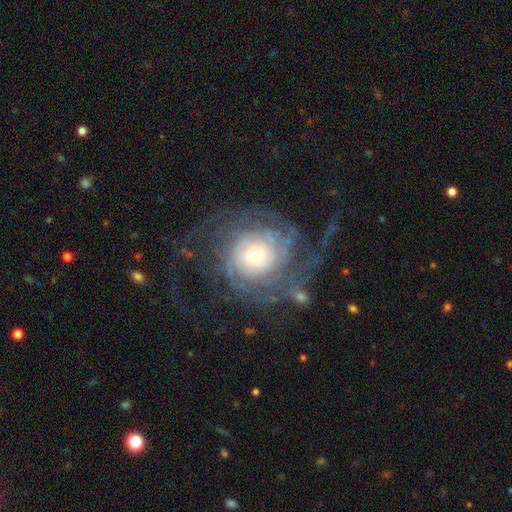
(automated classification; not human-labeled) smooth-or-featured: featured or disk: 84% | smooth: 9% | star or artifact: 7%
  disk-edge-on: no: 97% | yes: 3%
    bar: no: 74% | weak: 19% | strong: 7%
    has-spiral-arms: yes: 93% | no: 7%
      spiral-winding: tight: 63% | medium: 24% | loose: 13%
      spiral-arm-count: can't tell: 36% | 2: 18% | 4: 14% | 3: 13% | more than 4: 12% | 1: 8%
    bulge-size: small: 55% | moderate: 35% | large: 7% | dominant: 2% | none: 1%
  merging: none: 58% | major disturbance: 26% | minor disturbance: 14% | merger: 3%